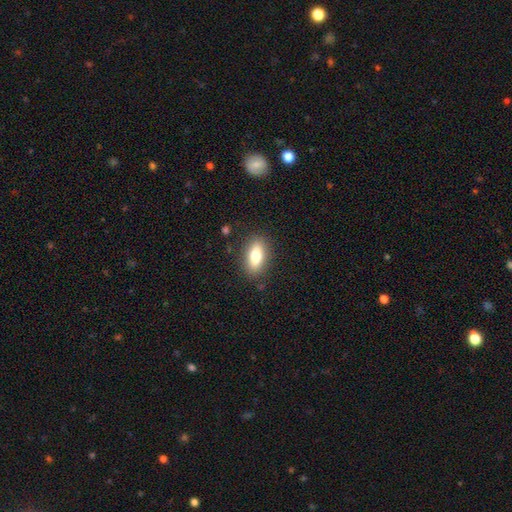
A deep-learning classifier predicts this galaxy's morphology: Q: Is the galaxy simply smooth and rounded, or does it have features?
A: smooth — 75%.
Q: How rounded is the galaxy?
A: in between — 82%.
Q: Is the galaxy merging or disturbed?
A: none — 86%.